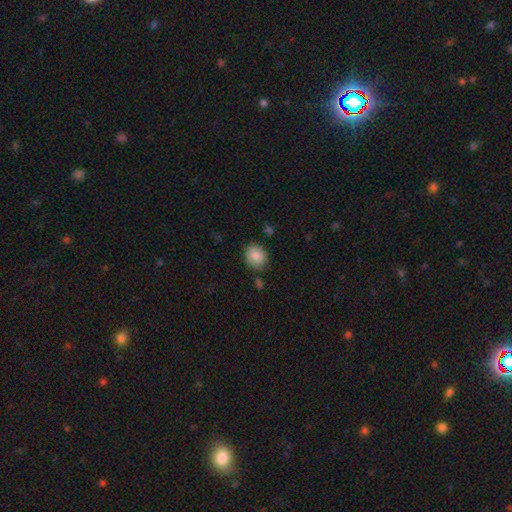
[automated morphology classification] smooth_or_featured: smooth (p=0.88) [alt: star or artifact p=0.08]
how_rounded: round (p=0.68) [alt: in between p=0.31]
merging: none (p=0.80) [alt: minor disturbance p=0.13]